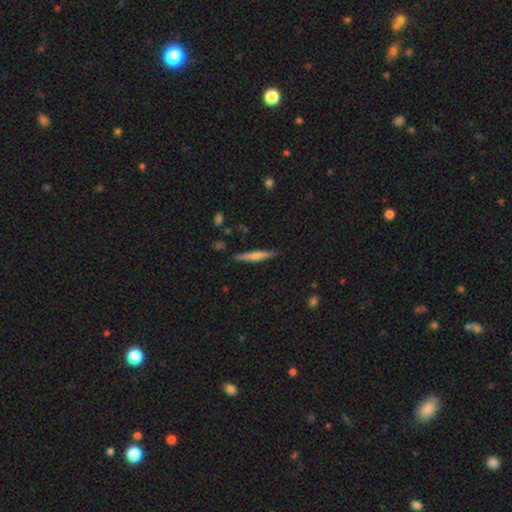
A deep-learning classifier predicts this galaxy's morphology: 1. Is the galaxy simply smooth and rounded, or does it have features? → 52% featured or disk, 42% smooth, 7% star or artifact.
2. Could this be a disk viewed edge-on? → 96% yes, 4% no.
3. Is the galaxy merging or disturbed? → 89% none, 8% minor disturbance, 2% major disturbance, 1% merger.